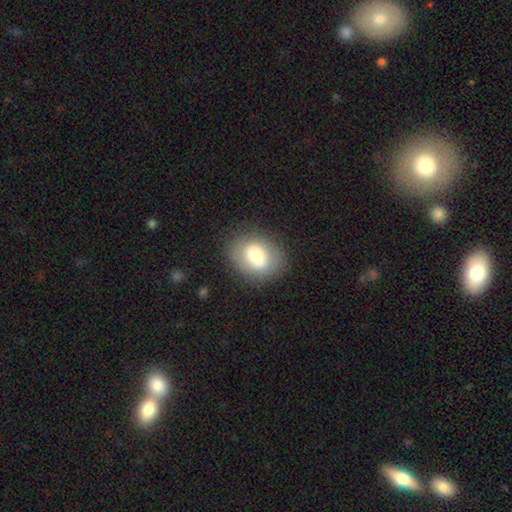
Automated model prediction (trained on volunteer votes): Smooth or featured? smooth (64%)
How rounded? in between (61%)
Merging? none (77%)